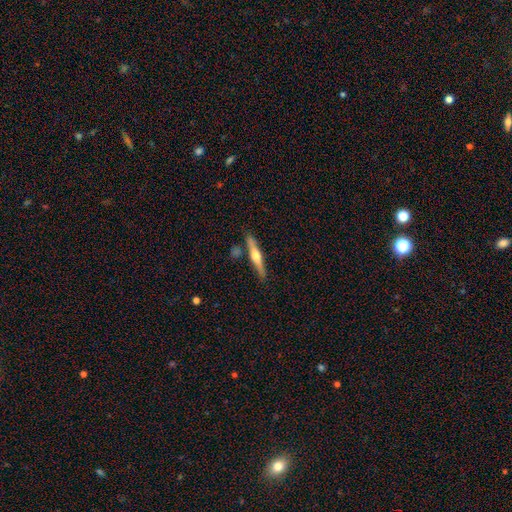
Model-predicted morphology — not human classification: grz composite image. It shows a featured or disk galaxy (59%) viewed edge-on (96%) with a rounded central bulge (91%). Merging: none (82%).